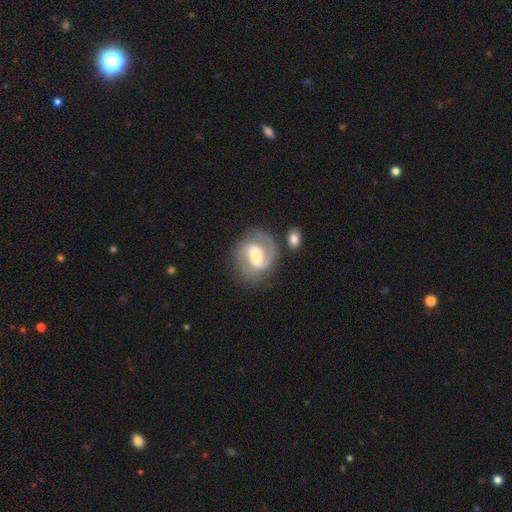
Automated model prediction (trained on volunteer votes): Morphology: type=featured or disk (79%); edge-on=no (98%); bar=weak (47%); spiral arms=yes (94%); winding=medium (50%); arm count=2 (80%); bulge=small (39%); merging=none (70%).